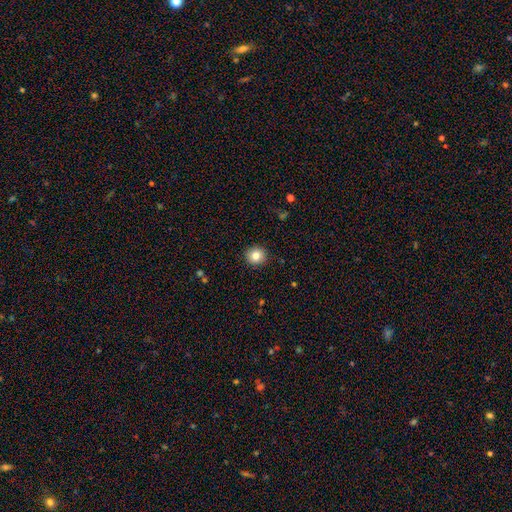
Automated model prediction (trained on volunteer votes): smooth 83%, star or artifact 10%, featured or disk 8%. Down the decision tree: how rounded — round (91%); merging — none (91%).